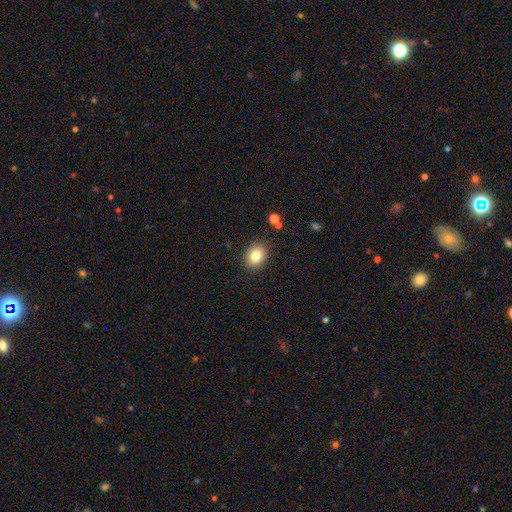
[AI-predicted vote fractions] This appears to be a smooth galaxy with no disk features (81%) that is round (54%). Merging: none (88%).